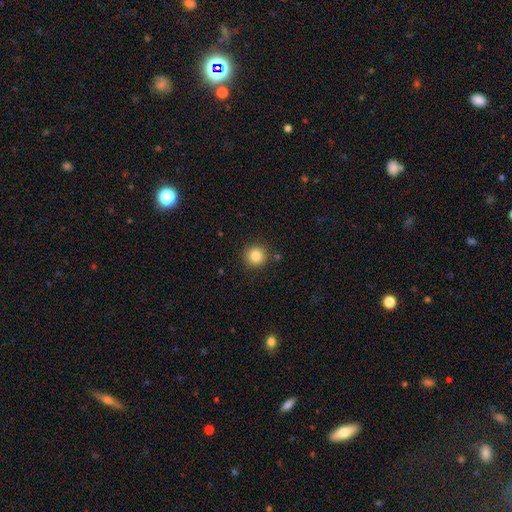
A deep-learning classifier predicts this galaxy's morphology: Overall: smooth (84%). How rounded: round (94%). Merging: none (88%).